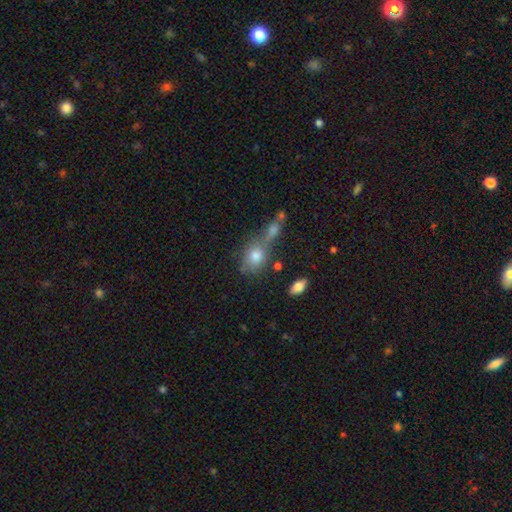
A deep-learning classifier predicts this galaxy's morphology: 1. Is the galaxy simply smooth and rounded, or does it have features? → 77% smooth, 13% featured or disk, 11% star or artifact.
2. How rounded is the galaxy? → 52% round, 45% in between, 3% cigar-shaped.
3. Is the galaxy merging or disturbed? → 42% none, 37% merger, 14% minor disturbance, 7% major disturbance.